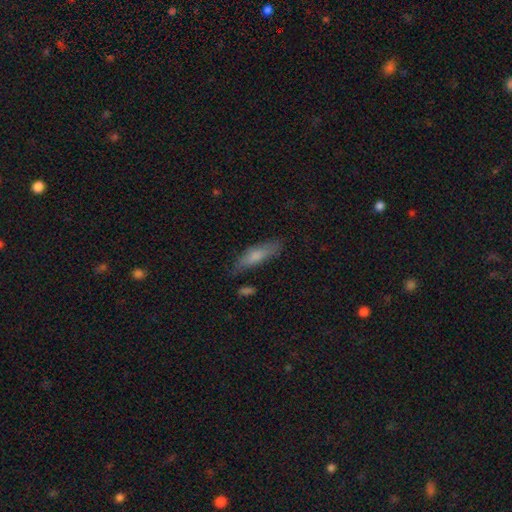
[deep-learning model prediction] smooth_or_featured: smooth (p=0.67) [alt: featured or disk p=0.26]
how_rounded: cigar-shaped (p=0.68) [alt: in between p=0.30]
merging: none (p=0.77) [alt: minor disturbance p=0.17]